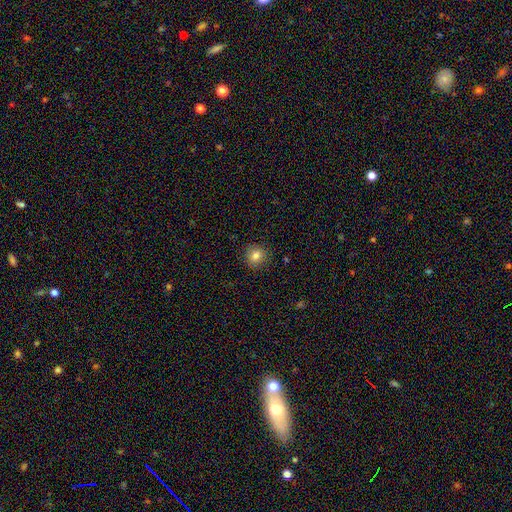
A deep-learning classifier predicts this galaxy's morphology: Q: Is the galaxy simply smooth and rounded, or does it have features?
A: smooth — 82%.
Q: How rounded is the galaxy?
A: round — 86%.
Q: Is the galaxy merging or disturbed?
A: none — 90%.